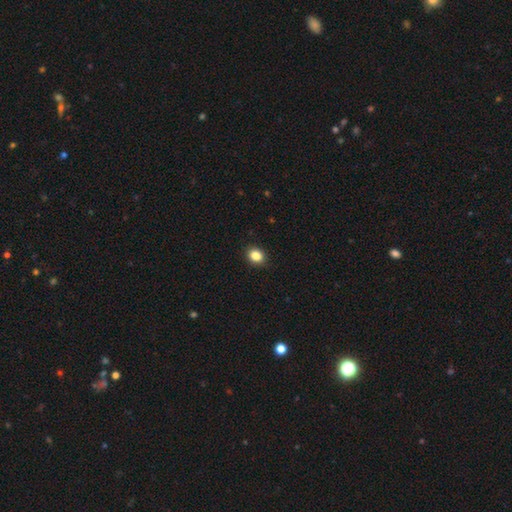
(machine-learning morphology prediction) The model was most divided on "how rounded": round: 59%, in between: 40%, cigar-shaped: 1%. More confident: merging — none (90%); smooth or featured — smooth (86%).